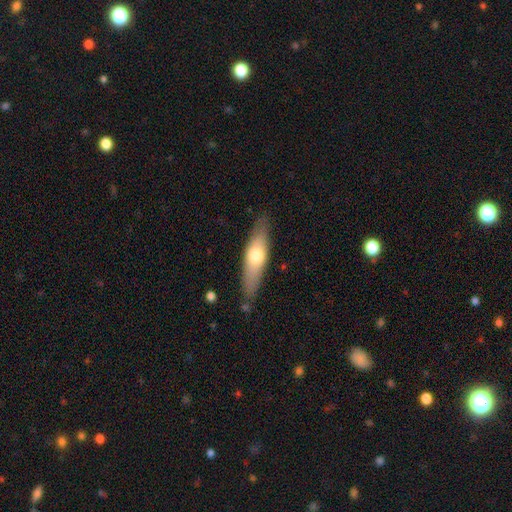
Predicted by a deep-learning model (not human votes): Morphology: type=smooth (58%); roundness=cigar-shaped (62%); merging=none (83%).